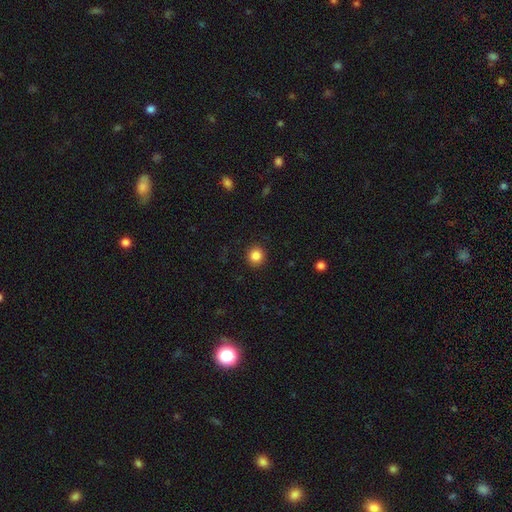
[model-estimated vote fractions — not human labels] Overall: smooth (86%). How rounded: round (92%). Merging: none (91%).